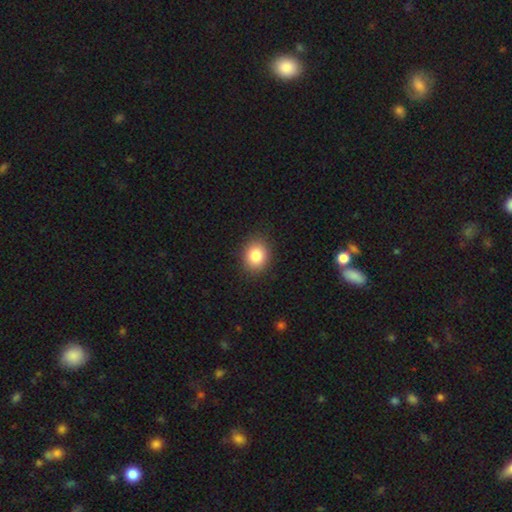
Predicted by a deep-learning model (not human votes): Smooth or featured? smooth (84%)
How rounded? round (60%)
Merging? none (89%)